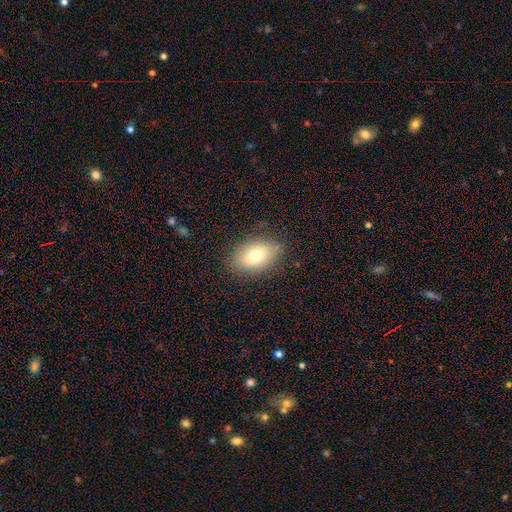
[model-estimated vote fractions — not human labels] Q: Smooth or featured?
A: smooth (73%); runner-up: featured or disk (18%)
Q: How rounded?
A: in between (86%); runner-up: round (12%)
Q: Merging?
A: none (82%); runner-up: minor disturbance (13%)